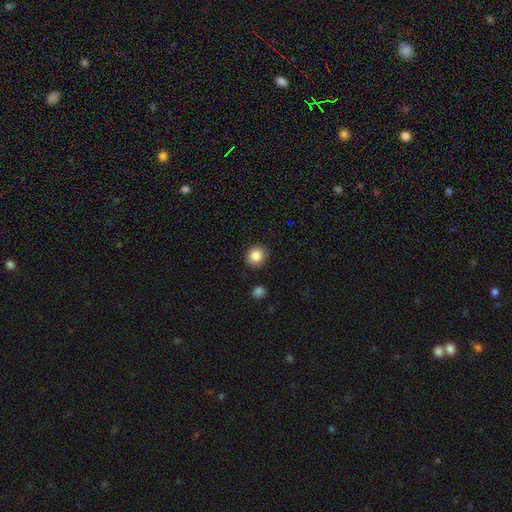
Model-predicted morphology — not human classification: This is clearly a smooth galaxy (86%). How rounded: clearly round (84%). Merging: clearly none (89%).